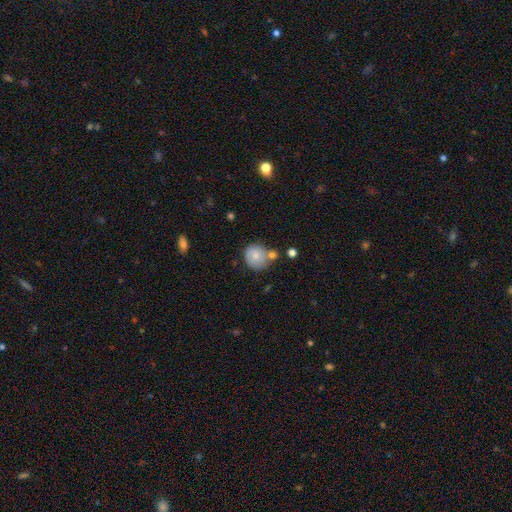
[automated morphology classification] Overall: smooth (75%). How rounded: round (87%). Merging: none (58%; minor disturbance 19%).